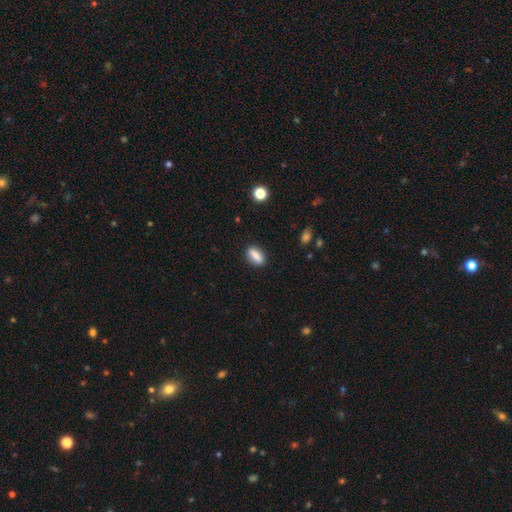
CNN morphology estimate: A smooth galaxy with no disk features (82%) that is in between round and cigar-shaped (67%).

Vote fractions:
- Smooth or featured? smooth: 82% / featured or disk: 10% / star or artifact: 8%
- How rounded? in between: 67% / cigar-shaped: 26% / round: 7%
- Merging? none: 87% / minor disturbance: 9% / major disturbance: 3% / merger: 2%